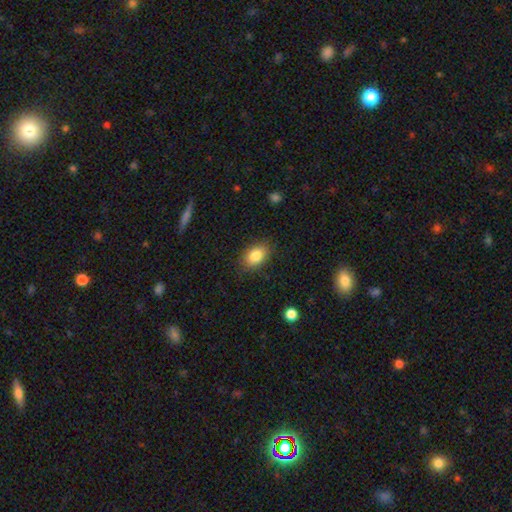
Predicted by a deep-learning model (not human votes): Overall: smooth (85%). How rounded: in between (83%). Merging: none (84%).